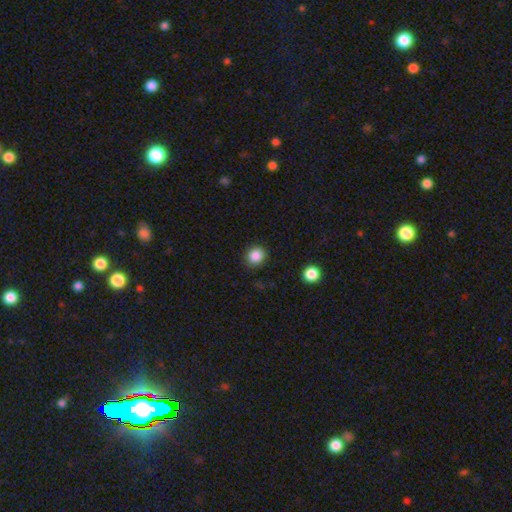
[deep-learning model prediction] Q: Smooth or featured?
A: smooth (86%); runner-up: star or artifact (10%)
Q: How rounded?
A: round (83%); runner-up: in between (16%)
Q: Merging?
A: none (87%); runner-up: minor disturbance (9%)